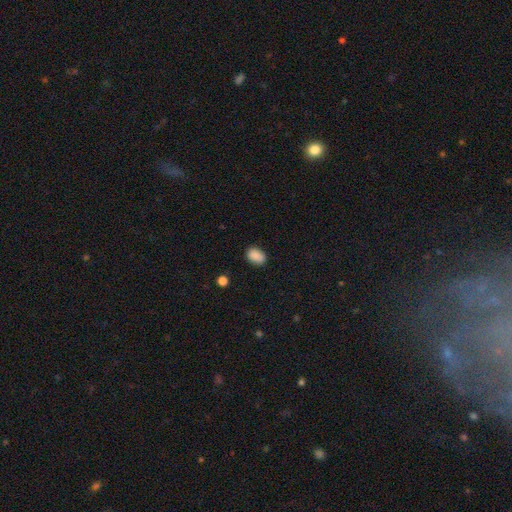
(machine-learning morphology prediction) Overall: smooth (89%). How rounded: in between (83%). Merging: none (86%).